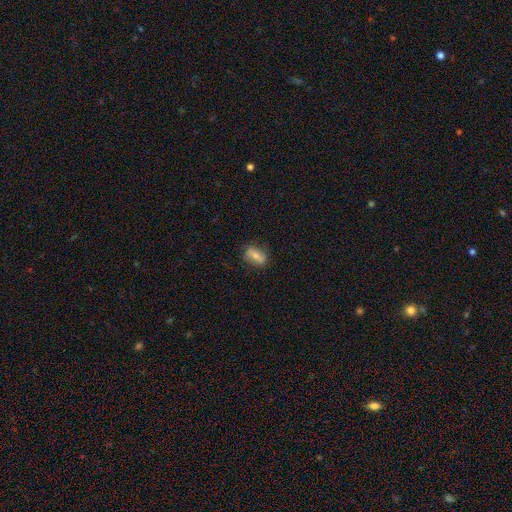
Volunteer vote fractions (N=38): This is likely a smooth galaxy (63%). How rounded: clearly in between (96%). Merging: clearly none (92%).